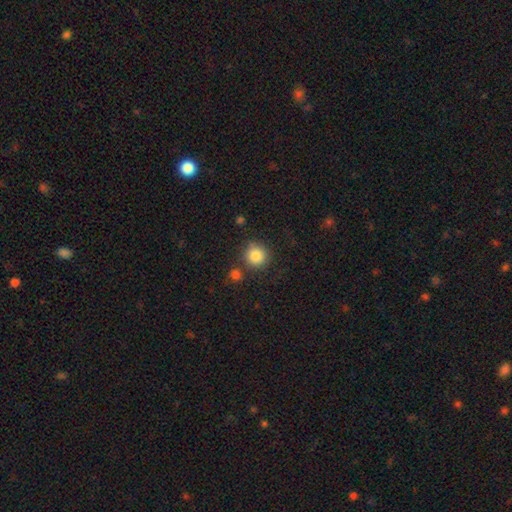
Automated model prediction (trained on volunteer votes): A smooth galaxy with no disk features (85%) that is round (92%). Merging: none (77%).